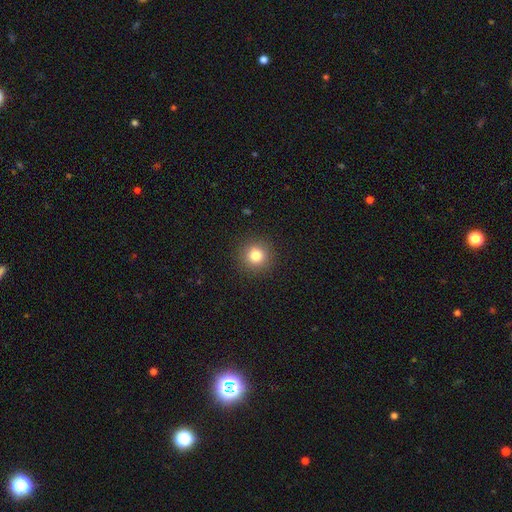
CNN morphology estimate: Smooth or featured? Predicted: smooth (p=0.81). How rounded? Predicted: round (p=0.94). Merging? Predicted: none (p=0.91).